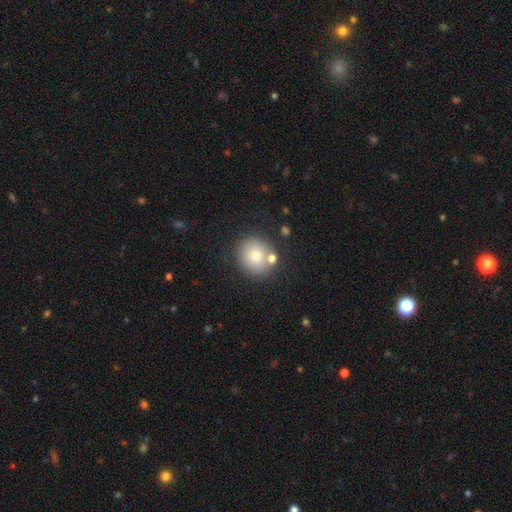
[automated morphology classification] Smooth or featured? smooth (76%)
How rounded? round (88%)
Merging? none (74%)